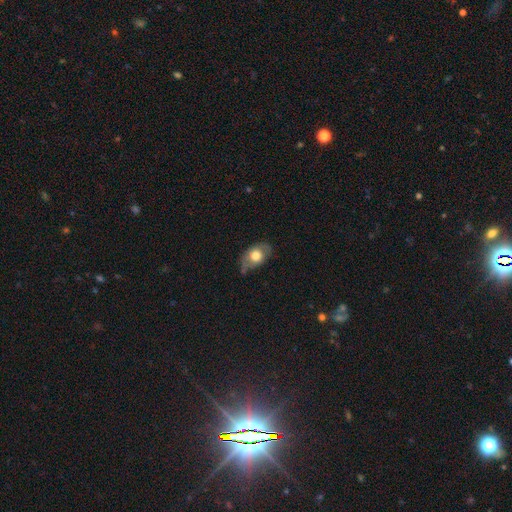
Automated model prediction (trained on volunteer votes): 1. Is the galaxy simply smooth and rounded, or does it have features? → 62% smooth, 31% featured or disk, 7% star or artifact.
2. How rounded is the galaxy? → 81% in between, 17% round, 2% cigar-shaped.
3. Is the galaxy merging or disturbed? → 54% none, 33% minor disturbance, 10% major disturbance, 3% merger.